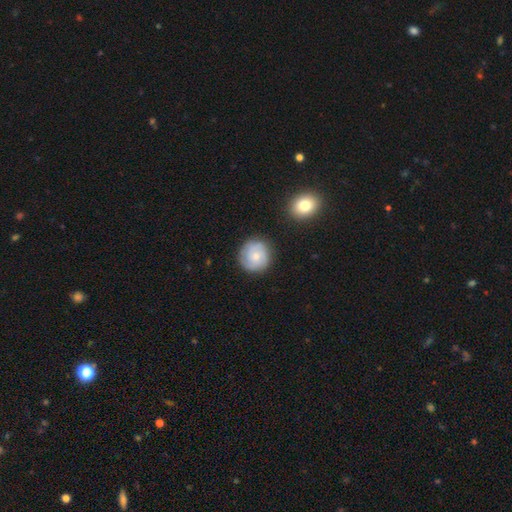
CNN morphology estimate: The model was most divided on "smooth or featured": featured or disk: 47%, smooth: 46%, star or artifact: 7%. More confident: merging — none (85%).